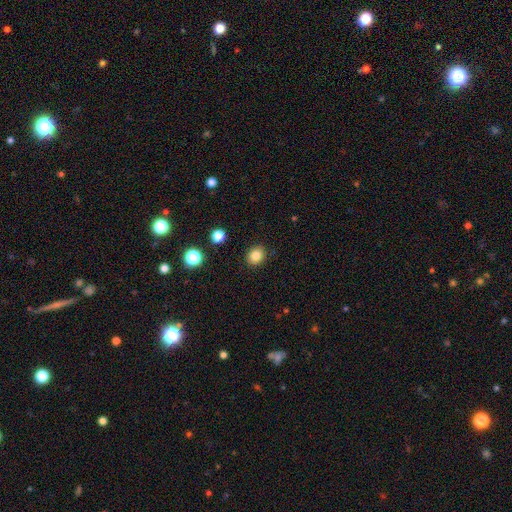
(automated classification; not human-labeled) Smooth or featured? smooth (83%)
How rounded? round (67%)
Merging? none (90%)